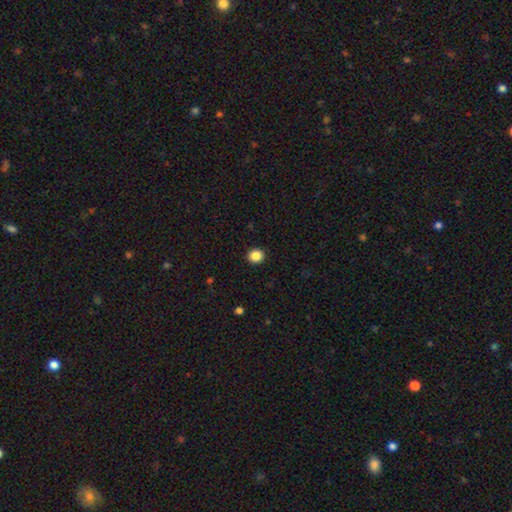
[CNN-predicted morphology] Q: Smooth or featured?
A: smooth (87%); runner-up: star or artifact (10%)
Q: How rounded?
A: round (89%); runner-up: in between (10%)
Q: Merging?
A: none (93%); runner-up: minor disturbance (5%)